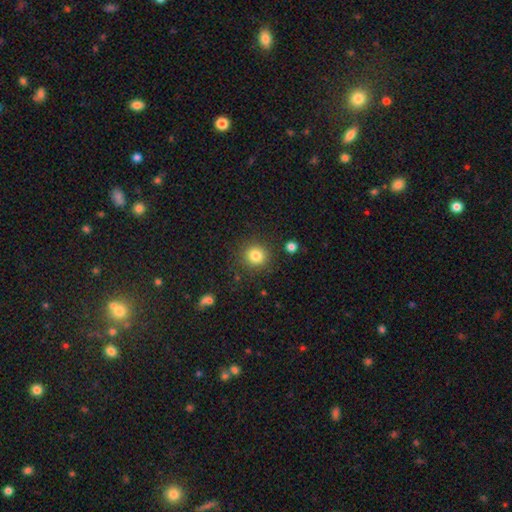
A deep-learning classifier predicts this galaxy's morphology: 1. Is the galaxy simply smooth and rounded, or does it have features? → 82% smooth, 12% star or artifact, 6% featured or disk.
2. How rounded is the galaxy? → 93% round, 6% in between, 1% cigar-shaped.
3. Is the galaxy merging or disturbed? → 87% none, 7% minor disturbance, 3% major disturbance, 3% merger.